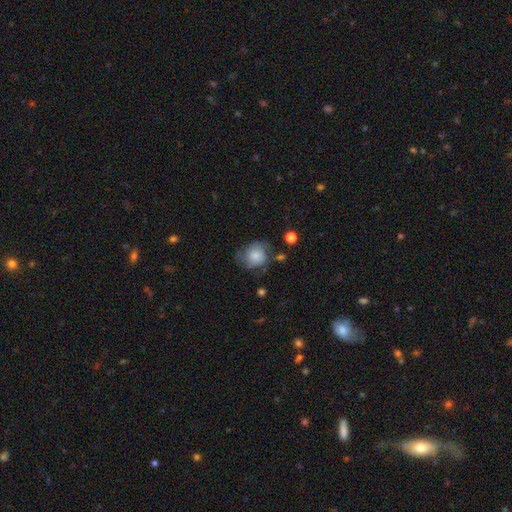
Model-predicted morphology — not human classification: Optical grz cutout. It shows a smooth galaxy with no disk features (55%) that is round (71%). Merging: none (54%).